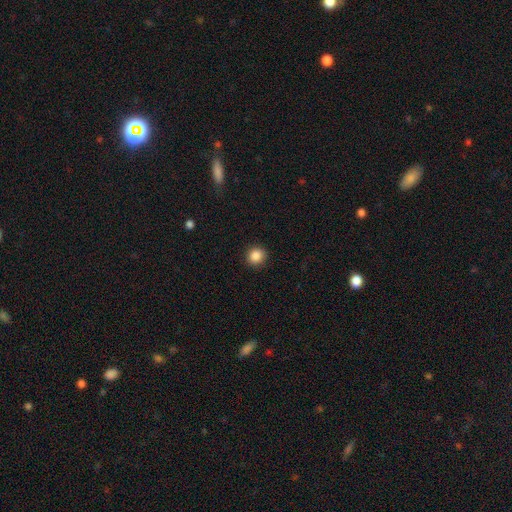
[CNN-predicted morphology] This appears to be a smooth galaxy with no disk features (87%) that is round (90%). Merging: none (91%).